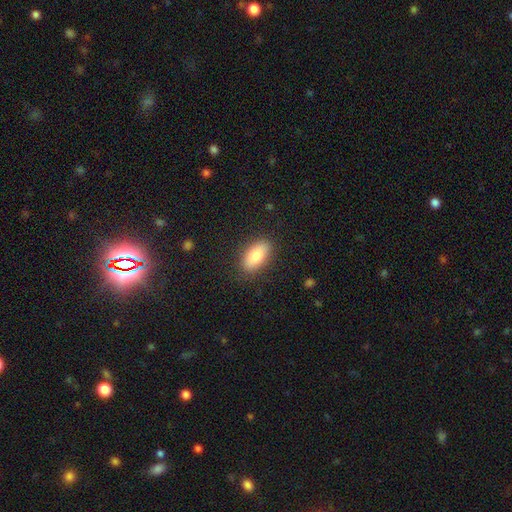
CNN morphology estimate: type=smooth (83%); roundness=in between (89%); merging=none (86%).